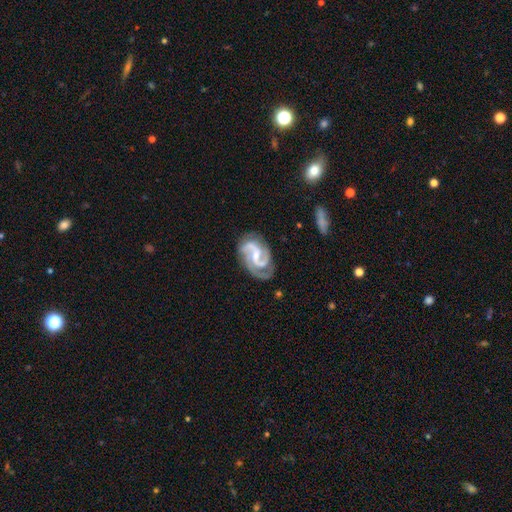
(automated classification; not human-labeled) This is clearly a featured or disk galaxy (91%). It is clearly not viewed edge-on (98%). Bar: possibly weak (49%). Spiral arm pattern: clearly yes (98%). Spiral arm count: likely 2 (66%). Spiral winding: possibly medium (55%). Central bulge: possibly small (51%). Merging: likely none (69%).